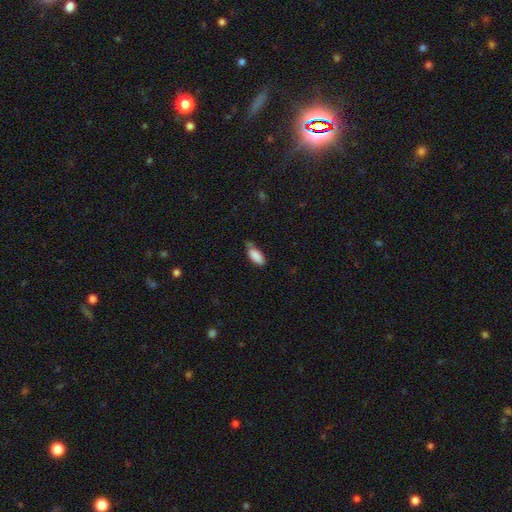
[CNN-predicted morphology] type=smooth (88%); roundness=in between (89%); merging=none (56%).